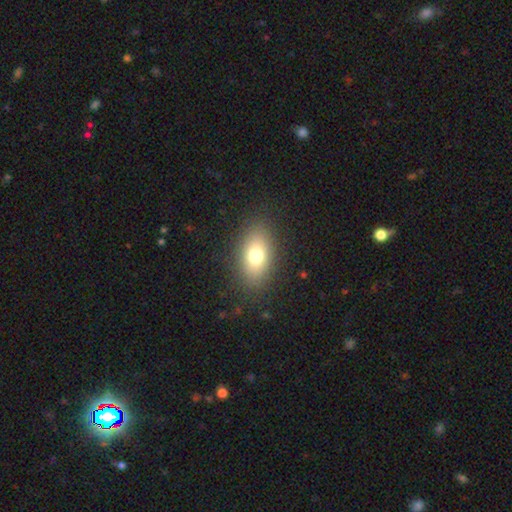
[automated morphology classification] type=smooth (75%); roundness=in between (85%); merging=none (86%).